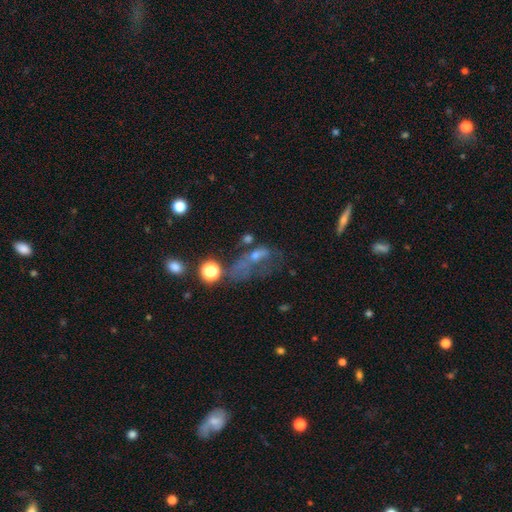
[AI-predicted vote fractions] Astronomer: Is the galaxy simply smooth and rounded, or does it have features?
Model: featured or disk — 40% (runner-up: smooth, 38%).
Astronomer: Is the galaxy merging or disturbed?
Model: major disturbance — 43% (runner-up: none, 26%).